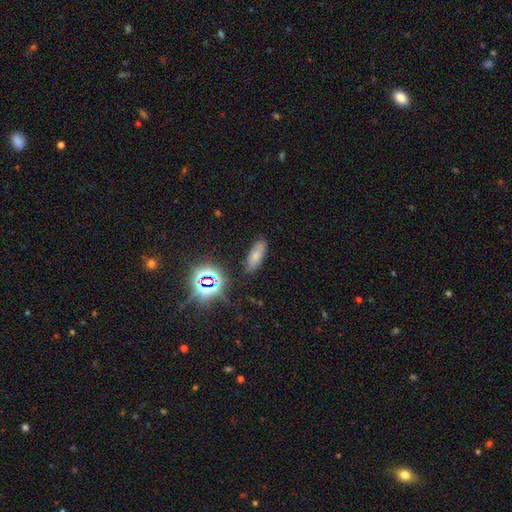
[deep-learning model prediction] This is likely a smooth galaxy (67%). How rounded: likely in between (71%). Merging: clearly none (83%).